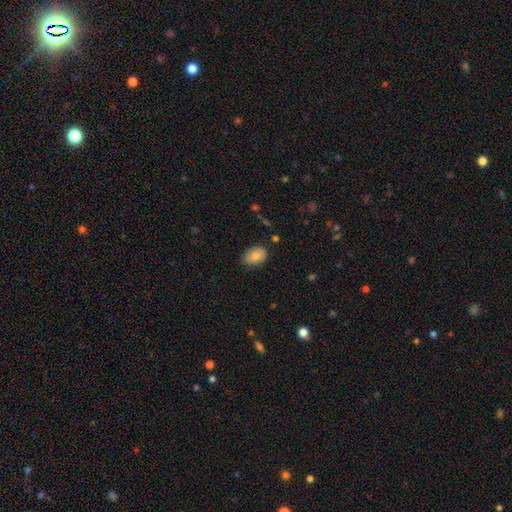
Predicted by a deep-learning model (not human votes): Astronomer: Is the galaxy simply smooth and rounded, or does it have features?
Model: smooth — 84%.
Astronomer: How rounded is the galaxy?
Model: in between — 83%.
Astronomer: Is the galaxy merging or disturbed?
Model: none — 74%.